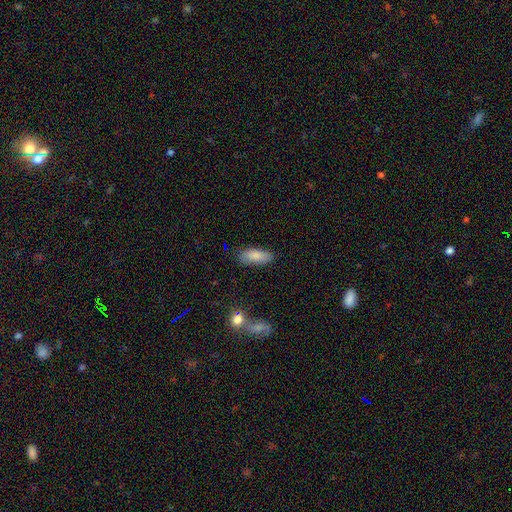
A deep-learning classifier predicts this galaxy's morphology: Smooth or featured?
  - smooth: 84% *
  - featured or disk: 9%
  - star or artifact: 7%
How rounded?
  - in between: 74% *
  - cigar-shaped: 24%
  - round: 2%
Merging?
  - none: 80% *
  - minor disturbance: 14%
  - major disturbance: 3%
  - merger: 2%